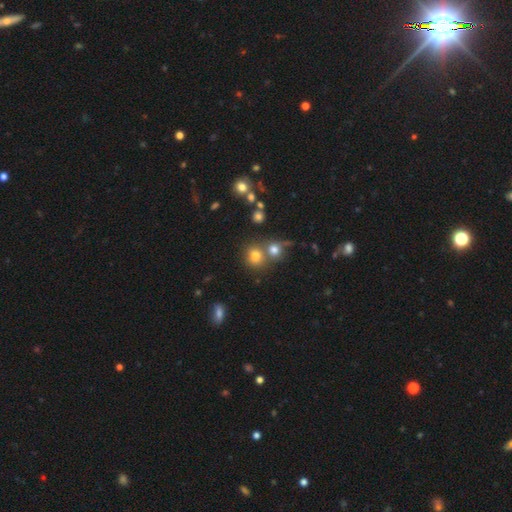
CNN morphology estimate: Q: Smooth or featured?
A: smooth (74%); runner-up: star or artifact (17%)
Q: How rounded?
A: round (82%); runner-up: in between (16%)
Q: Merging?
A: none (56%); runner-up: merger (32%)